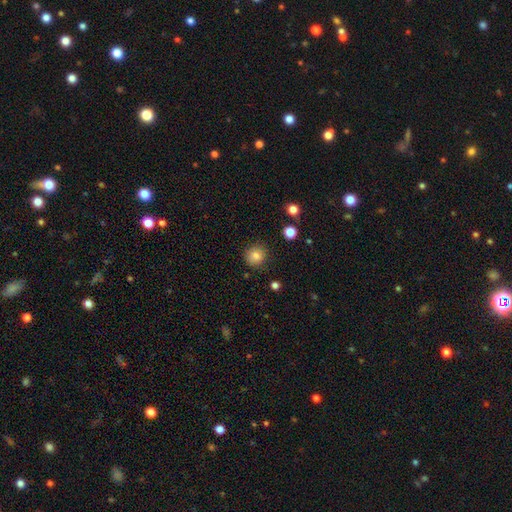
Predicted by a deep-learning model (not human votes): Morphology: type=smooth (83%); roundness=round (88%); merging=none (85%).